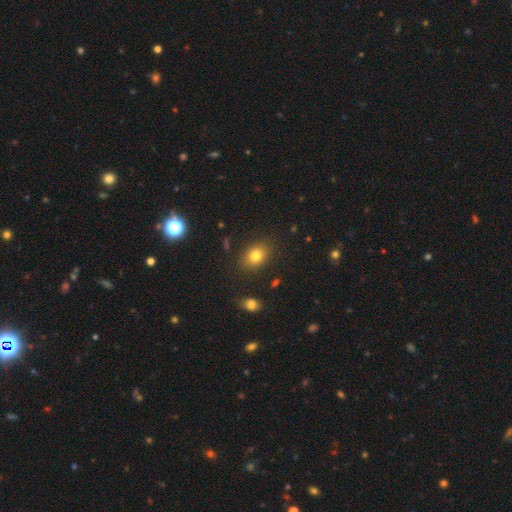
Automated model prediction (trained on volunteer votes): Smooth or featured? smooth (80%)
How rounded? in between (66%)
Merging? none (84%)